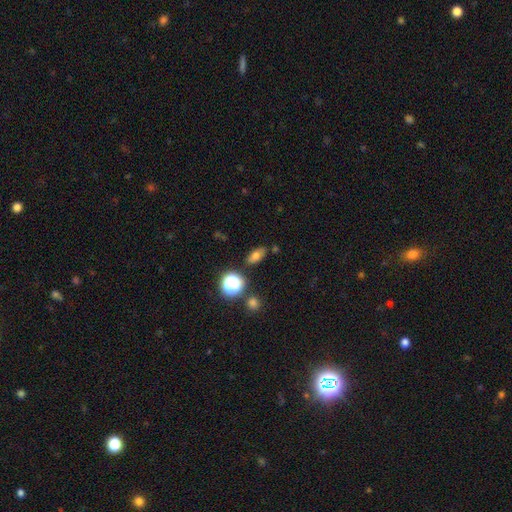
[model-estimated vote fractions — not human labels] smooth 68%, star or artifact 18%, featured or disk 14%. Down the decision tree: how rounded — in between (79%); merging — none (81%).